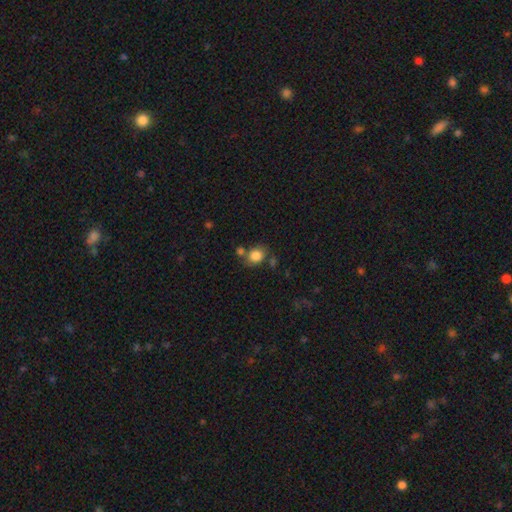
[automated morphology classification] Smooth or featured? Predicted: smooth (p=0.83). How rounded? Predicted: round (p=0.61). Merging? Predicted: none (p=0.61).